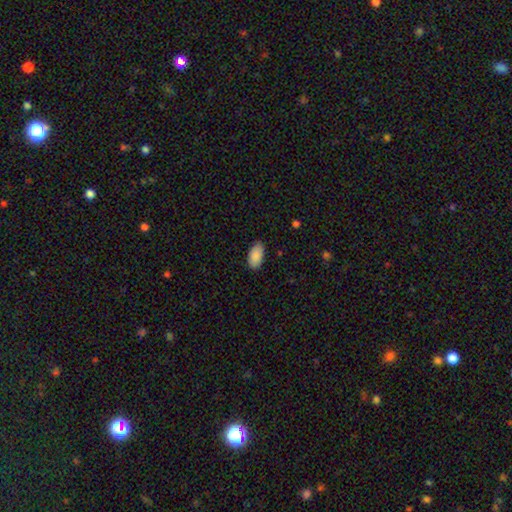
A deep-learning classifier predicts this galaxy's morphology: smooth-or-featured: smooth: 90% | star or artifact: 6% | featured or disk: 4%
  how-rounded: in between: 95% | cigar-shaped: 3% | round: 2%
  merging: none: 85% | minor disturbance: 12% | major disturbance: 2% | merger: 1%